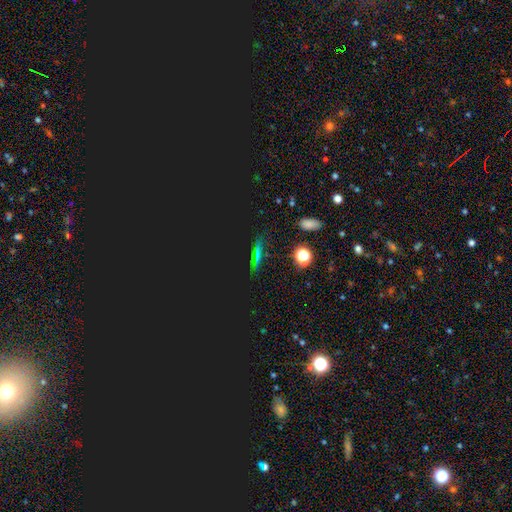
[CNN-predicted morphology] This appears to be a star or artifact, not a galaxy (47%).